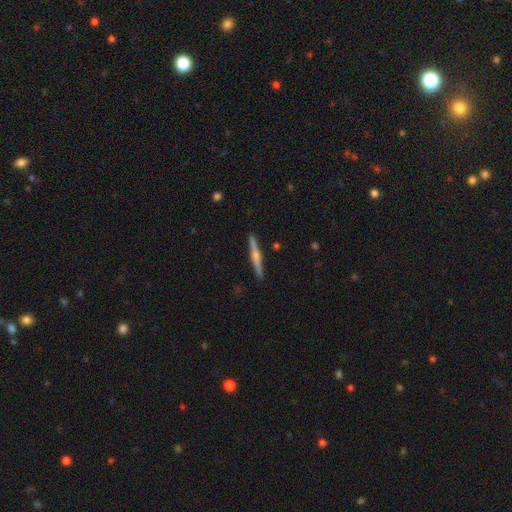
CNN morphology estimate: featured or disk 62%, smooth 32%, star or artifact 6%. Down the decision tree: edge-on disk — yes (98%); edge-on bulge — rounded (78%); merging — none (91%).